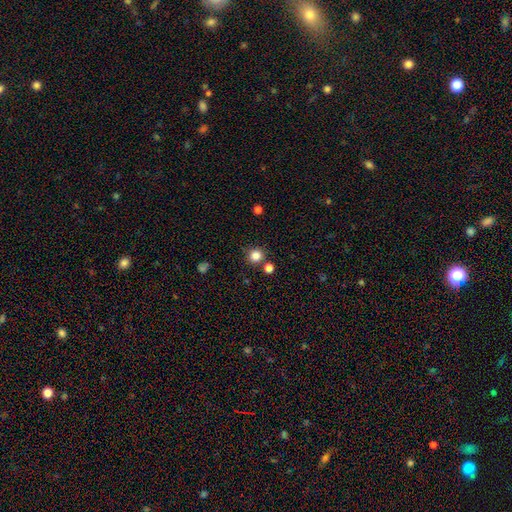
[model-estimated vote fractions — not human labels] Smooth or featured? smooth (83%)
How rounded? round (93%)
Merging? none (82%)